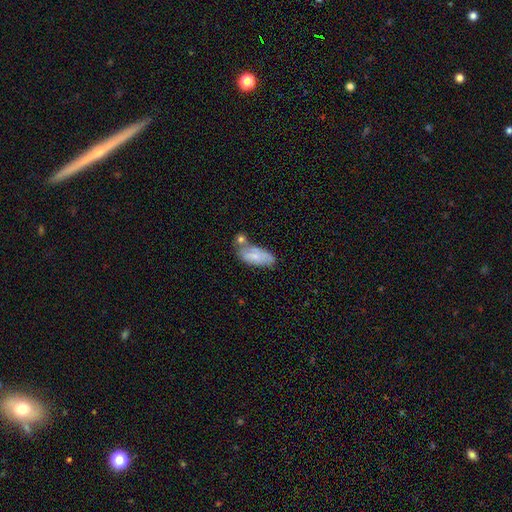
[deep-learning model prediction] This is likely a smooth galaxy (67%). How rounded: clearly in between (87%). Merging: marginally none (34%).